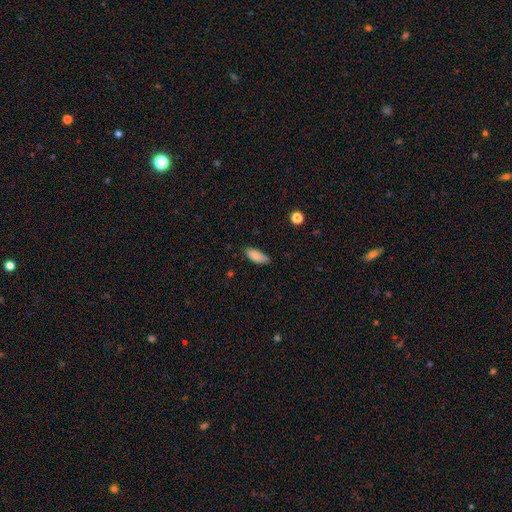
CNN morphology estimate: This is clearly a smooth galaxy (86%). How rounded: clearly in between (85%). Merging: likely none (76%).